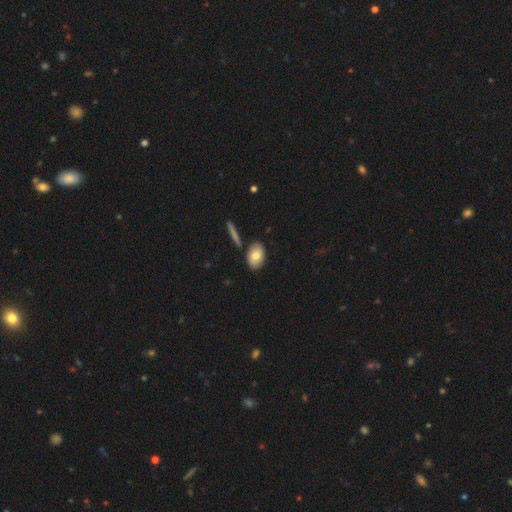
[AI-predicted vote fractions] smooth 78%, featured or disk 16%, star or artifact 7%. Down the decision tree: how rounded — in between (85%); merging — none (81%).